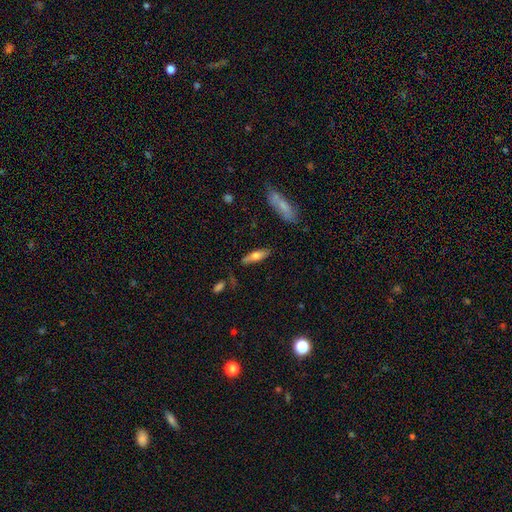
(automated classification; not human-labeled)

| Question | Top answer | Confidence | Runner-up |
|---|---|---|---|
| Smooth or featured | smooth | 59% | featured or disk (34%) |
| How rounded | cigar-shaped | 58% | in between (40%) |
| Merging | none | 78% | minor disturbance (15%) |